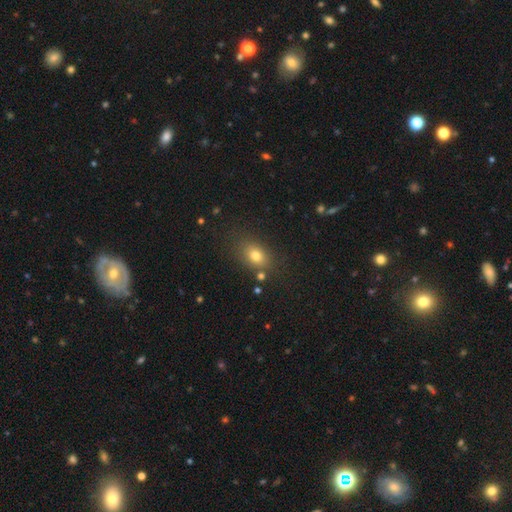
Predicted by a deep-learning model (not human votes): Morphology: type=smooth (77%); roundness=in between (72%); merging=none (77%).